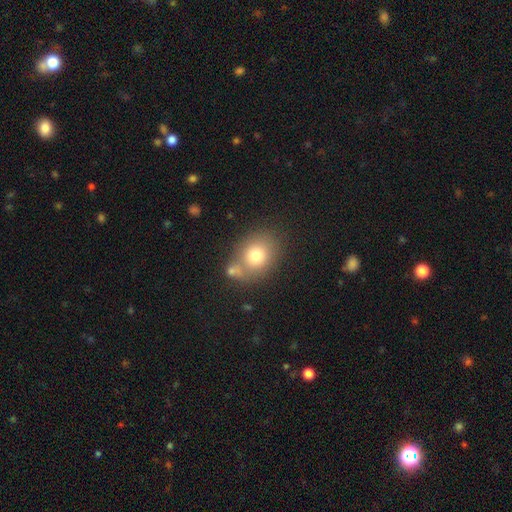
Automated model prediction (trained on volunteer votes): smooth 75%, featured or disk 14%, star or artifact 11%. Down the decision tree: how rounded — round (56%); merging — none (59%).